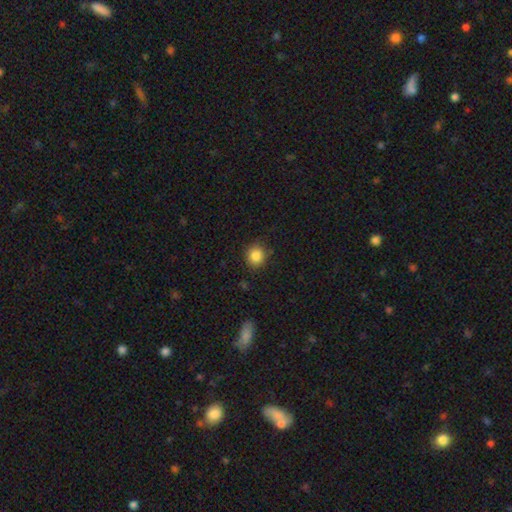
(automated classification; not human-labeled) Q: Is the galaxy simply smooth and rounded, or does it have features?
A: smooth — 86%.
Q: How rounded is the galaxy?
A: round — 85%.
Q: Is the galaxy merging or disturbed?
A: none — 82%.